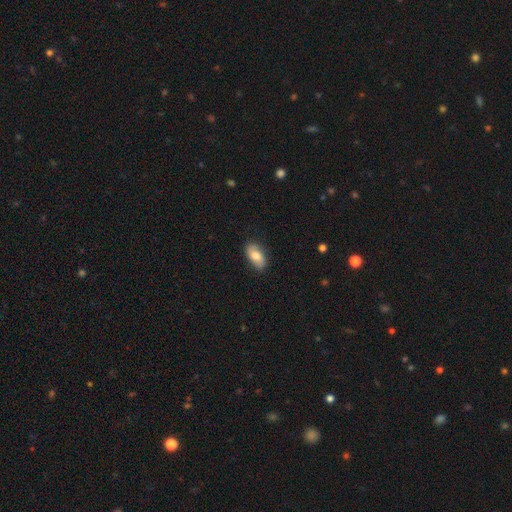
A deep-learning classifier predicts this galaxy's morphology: Q: Smooth or featured?
A: smooth (73%); runner-up: featured or disk (20%)
Q: How rounded?
A: in between (92%); runner-up: cigar-shaped (4%)
Q: Merging?
A: none (82%); runner-up: minor disturbance (14%)